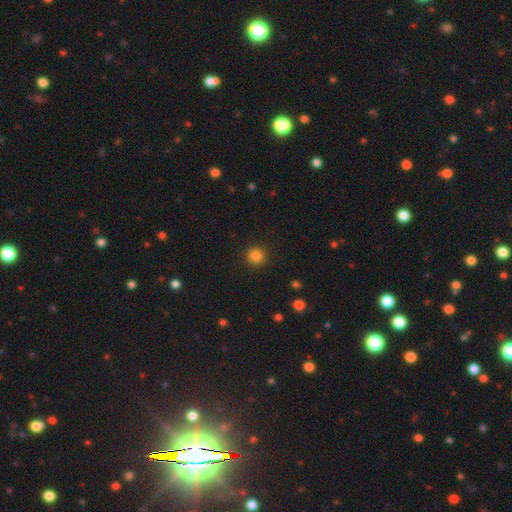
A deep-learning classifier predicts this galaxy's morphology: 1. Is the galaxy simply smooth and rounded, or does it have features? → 84% smooth, 12% star or artifact, 4% featured or disk.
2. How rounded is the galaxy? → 94% round, 5% in between, 1% cigar-shaped.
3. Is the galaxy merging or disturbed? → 92% none, 5% minor disturbance, 2% major disturbance, 1% merger.